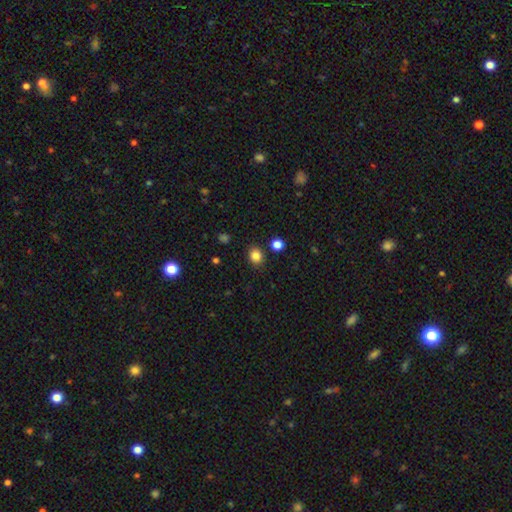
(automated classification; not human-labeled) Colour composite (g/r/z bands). It shows a smooth galaxy with no disk features (84%) that is round (62%). Merging: none (85%).